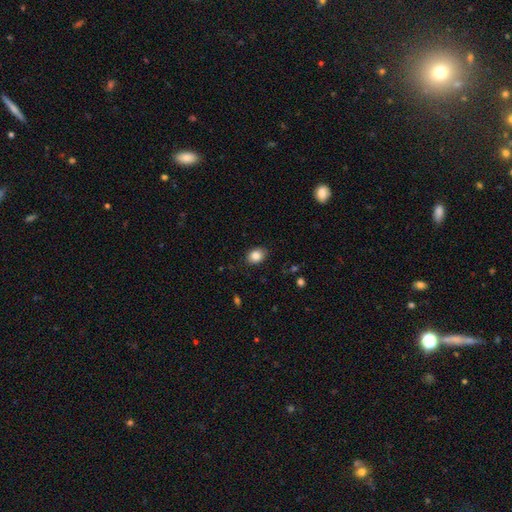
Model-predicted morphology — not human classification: Smooth or featured? Predicted: smooth (p=0.86). How rounded? Predicted: in between (p=0.64). Merging? Predicted: none (p=0.85).